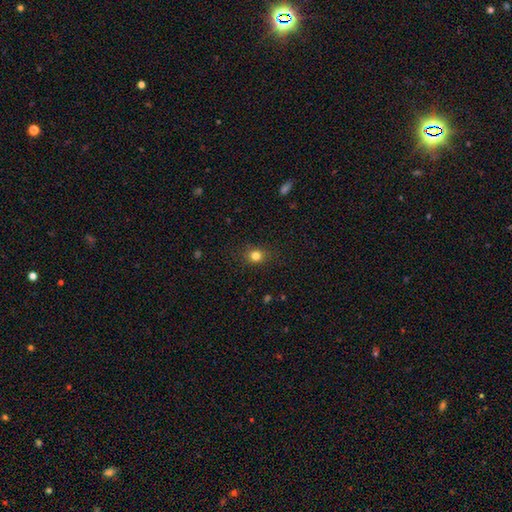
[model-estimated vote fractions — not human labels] The model was most divided on "how rounded": round: 73%, in between: 26%, cigar-shaped: 1%. More confident: merging — none (87%); smooth or featured — smooth (81%).